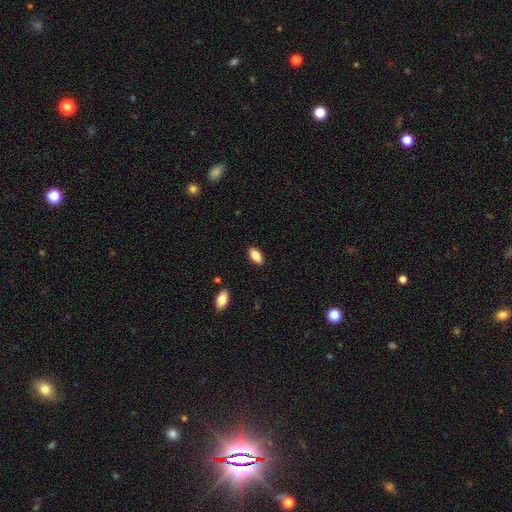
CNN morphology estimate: This is clearly a smooth galaxy (85%). How rounded: clearly in between (91%). Merging: clearly none (88%).